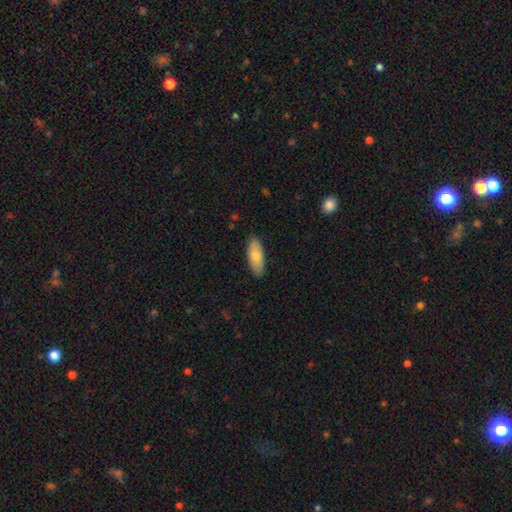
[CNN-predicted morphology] smooth-or-featured: smooth: 76% | featured or disk: 18% | star or artifact: 6%
  how-rounded: in between: 77% | cigar-shaped: 21% | round: 2%
  merging: none: 87% | minor disturbance: 10% | major disturbance: 2% | merger: 1%